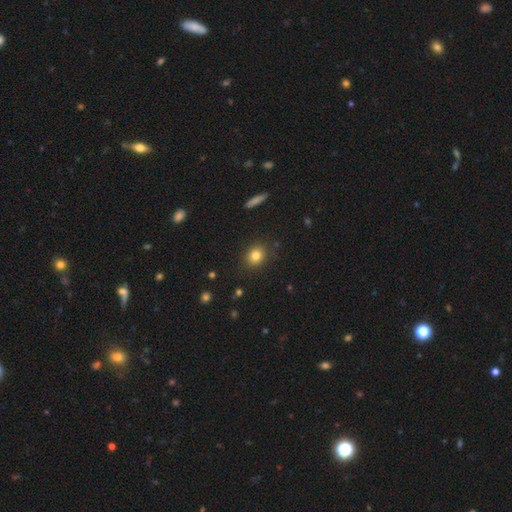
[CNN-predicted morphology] Smooth or featured? Predicted: smooth (p=0.82). How rounded? Predicted: round (p=0.71). Merging? Predicted: none (p=0.87).